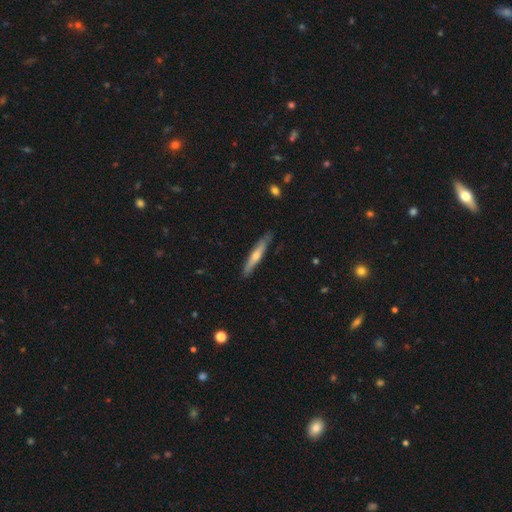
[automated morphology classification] Q: Smooth or featured?
A: featured or disk (54%); runner-up: smooth (40%)
Q: Edge-on disk?
A: yes (92%); runner-up: no (8%)
Q: Merging?
A: none (87%); runner-up: minor disturbance (10%)